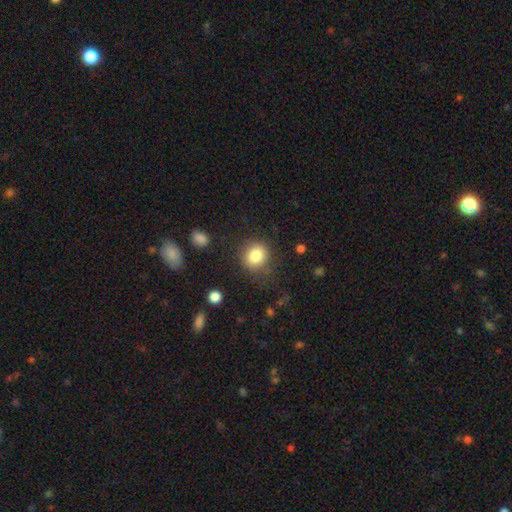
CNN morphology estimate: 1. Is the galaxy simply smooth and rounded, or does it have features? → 83% smooth, 10% star or artifact, 7% featured or disk.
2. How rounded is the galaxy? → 82% round, 17% in between, 1% cigar-shaped.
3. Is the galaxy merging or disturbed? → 82% none, 12% minor disturbance, 5% major disturbance, 2% merger.